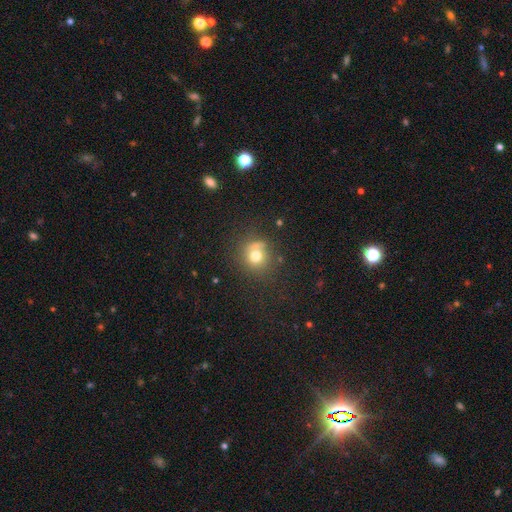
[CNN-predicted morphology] This is likely a smooth galaxy (71%). How rounded: clearly round (87%). Merging: likely none (64%).